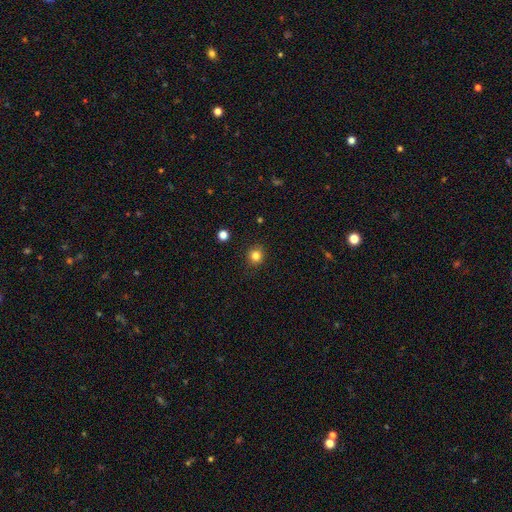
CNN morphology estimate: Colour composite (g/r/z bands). It shows a smooth galaxy with no disk features (82%) that is round (87%). Merging: none (90%).